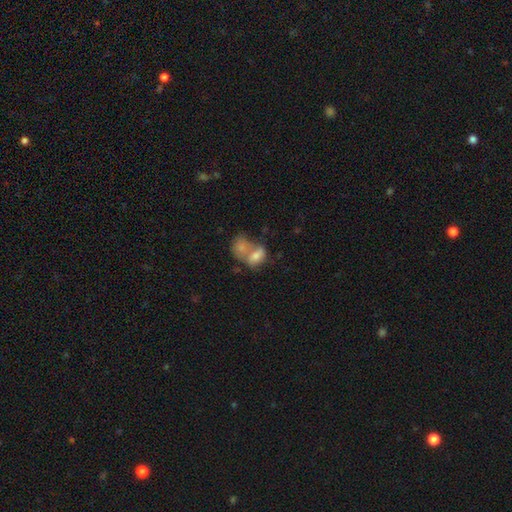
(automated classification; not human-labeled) This is likely a smooth galaxy (71%). How rounded: likely in between (78%). Merging: likely merger (67%).